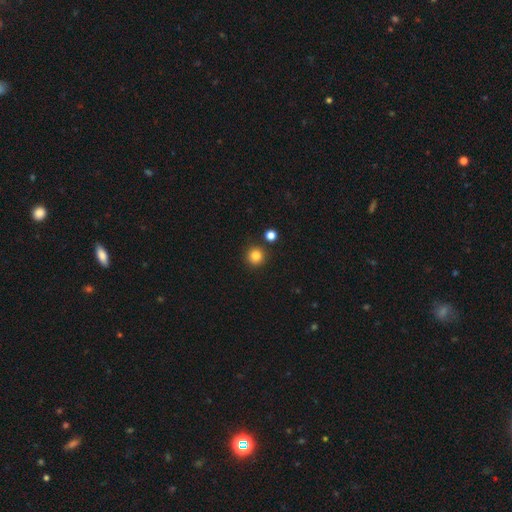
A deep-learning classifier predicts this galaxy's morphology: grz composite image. It shows a smooth galaxy with no disk features (83%) that is round (94%). Merging: none (87%).